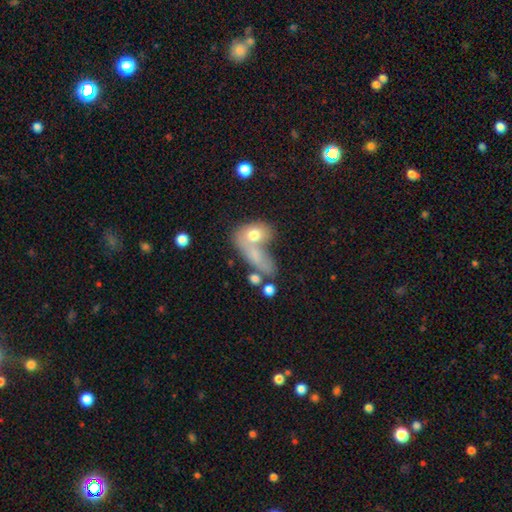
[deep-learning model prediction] Smooth or featured? smooth (68%)
How rounded? in between (64%)
Merging? merger (52%)